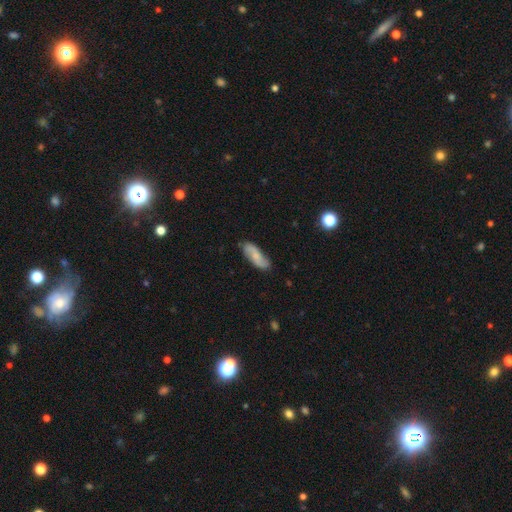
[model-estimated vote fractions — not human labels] Smooth or featured? Predicted: smooth (p=0.55). How rounded? Predicted: in between (p=0.66). Merging? Predicted: none (p=0.81).